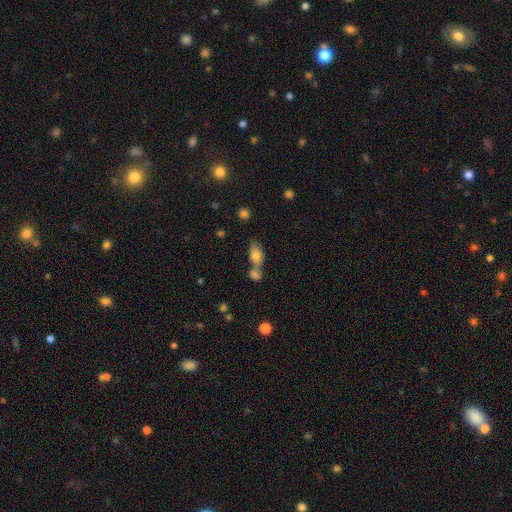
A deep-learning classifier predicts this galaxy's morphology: Smooth or featured? smooth (77%)
How rounded? in between (81%)
Merging? merger (49%)